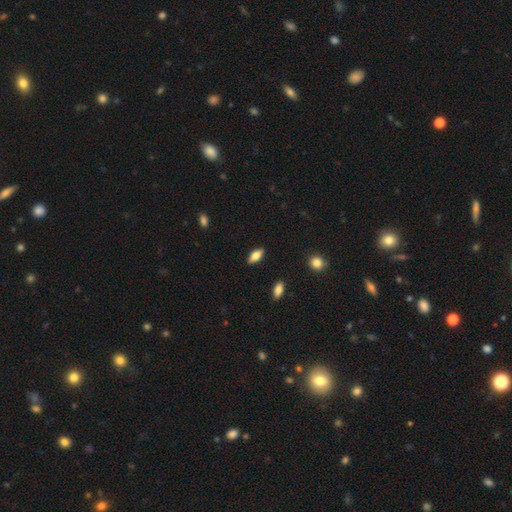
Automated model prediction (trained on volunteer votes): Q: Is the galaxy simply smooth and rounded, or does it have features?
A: smooth — 71%.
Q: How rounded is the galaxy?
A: in between — 82%.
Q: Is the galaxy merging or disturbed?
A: none — 88%.